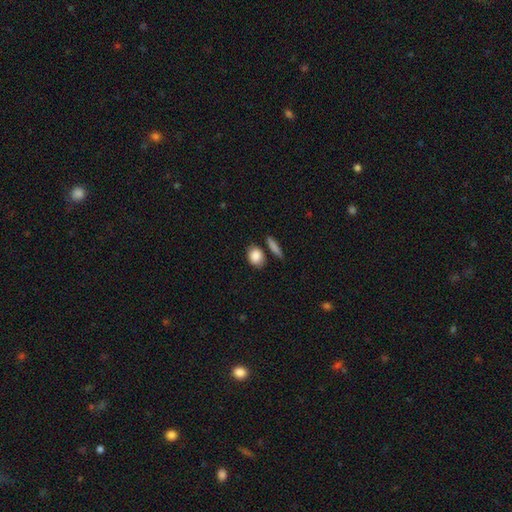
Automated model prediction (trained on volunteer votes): A smooth galaxy with no disk features (87%) that is in between round and cigar-shaped (62%). Merging: none (71%).